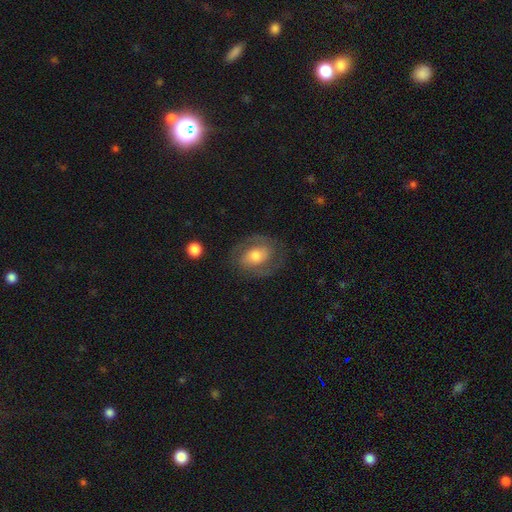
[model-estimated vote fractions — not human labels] Smooth or featured? Predicted: featured or disk (p=0.61). Edge-on disk? Predicted: no (p=0.96). Bar? Predicted: no (p=0.54). Spiral arms? Predicted: yes (p=0.79). Bulge size? Predicted: moderate (p=0.64). Merging? Predicted: none (p=0.73).